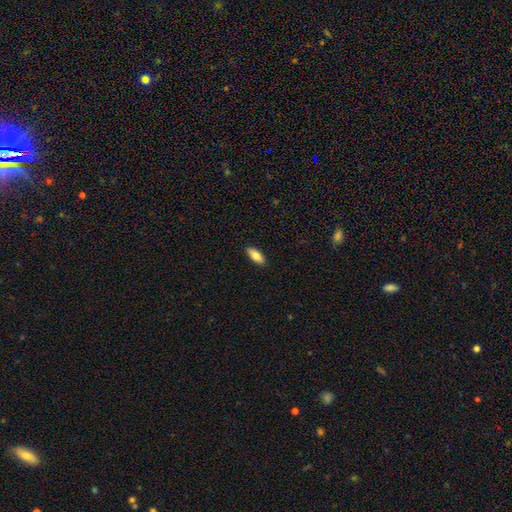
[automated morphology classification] type=smooth (81%); roundness=in between (82%); merging=none (89%).